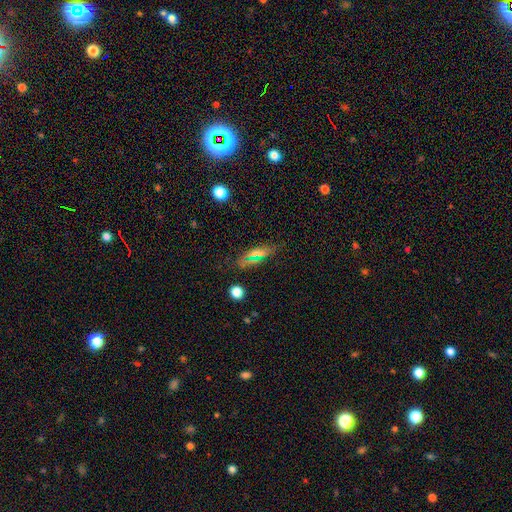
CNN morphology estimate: Smooth or featured? Predicted: smooth (p=0.62). How rounded? Predicted: in between (p=0.55). Merging? Predicted: none (p=0.82).